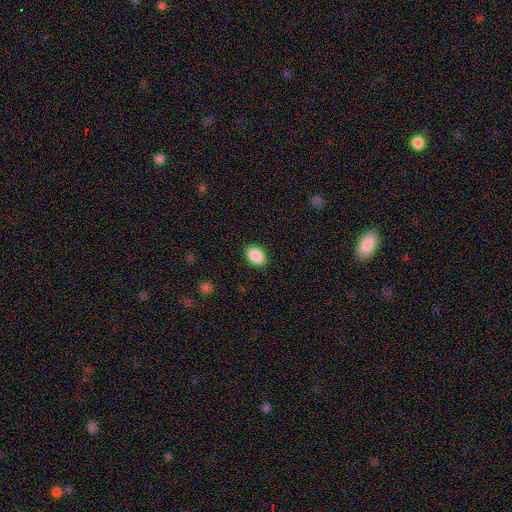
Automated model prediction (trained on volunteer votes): This appears to be a smooth galaxy with no disk features (89%) that is in between round and cigar-shaped (78%). Merging: none (88%).